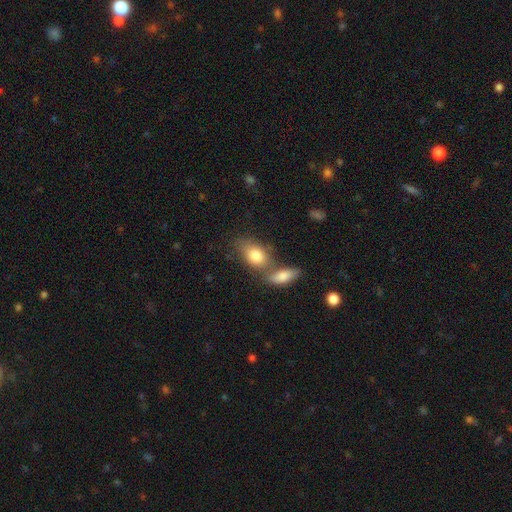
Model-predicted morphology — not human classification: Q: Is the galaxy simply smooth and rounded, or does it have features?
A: smooth — 80%.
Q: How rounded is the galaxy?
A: in between — 85%.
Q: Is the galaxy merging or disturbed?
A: merger — 43%.